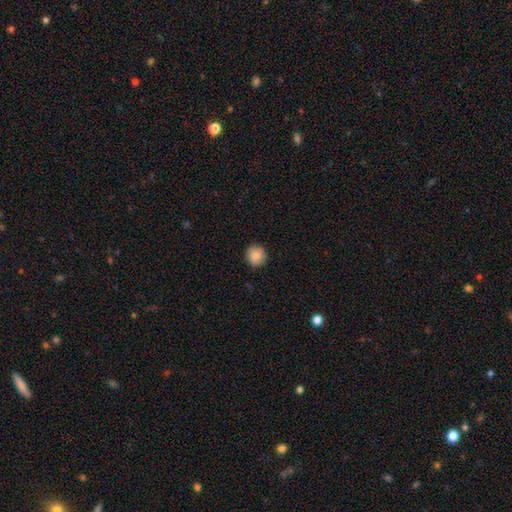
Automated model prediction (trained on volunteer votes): Q: Smooth or featured?
A: smooth (86%); runner-up: star or artifact (8%)
Q: How rounded?
A: round (92%); runner-up: in between (8%)
Q: Merging?
A: none (88%); runner-up: minor disturbance (9%)